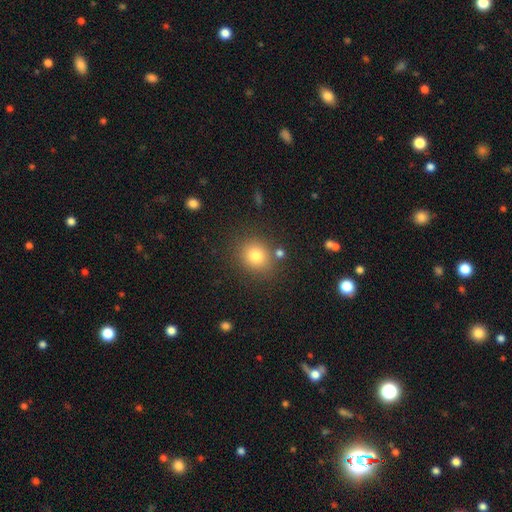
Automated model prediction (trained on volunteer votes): The model was most divided on "how rounded": round: 77%, in between: 22%, cigar-shaped: 1%. More confident: merging — none (81%); smooth or featured — smooth (79%).